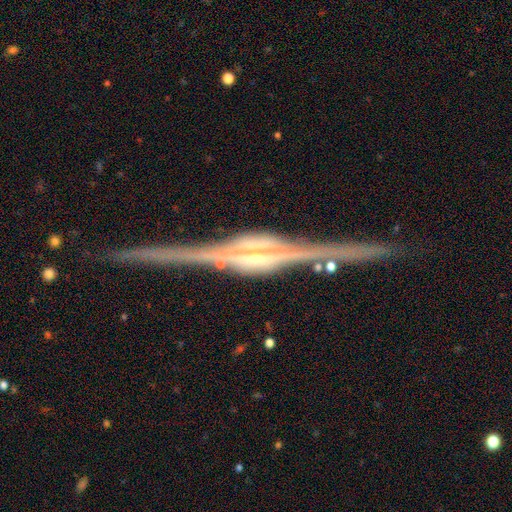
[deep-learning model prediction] A featured or disk galaxy (91%) viewed edge-on (98%) with a rounded central bulge (47%). Merging: none (86%).